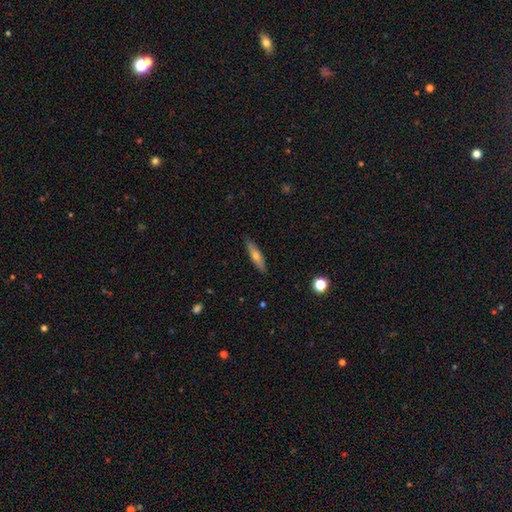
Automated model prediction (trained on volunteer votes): This appears to be a smooth galaxy with no disk features (57%) that is cigar-shaped (77%). Merging: none (88%).